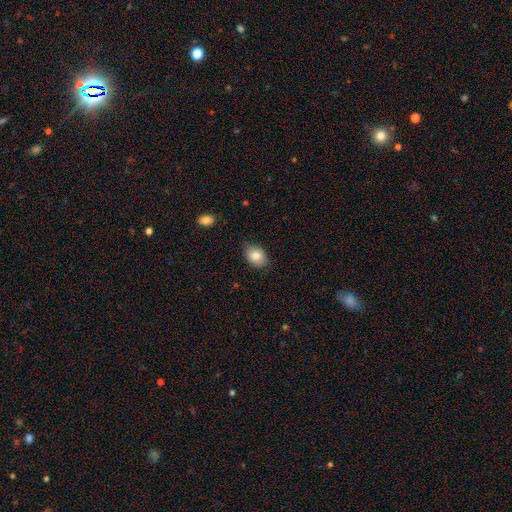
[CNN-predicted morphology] A smooth galaxy with no disk features (84%) that is in between round and cigar-shaped (75%). Merging: none (83%).